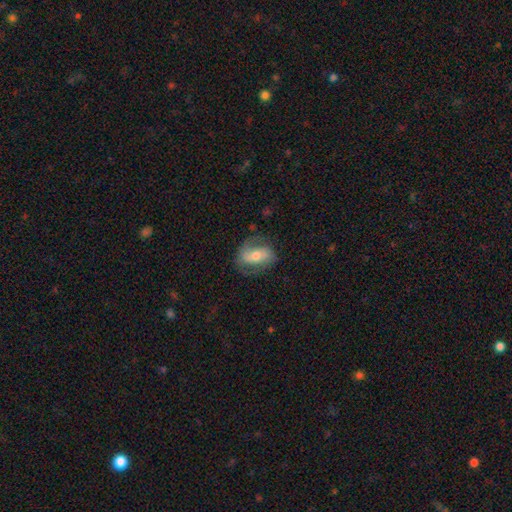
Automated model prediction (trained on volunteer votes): Overall: featured or disk (57%; smooth 36%). Edge-on disk: no (94%). Bar: no (36%; weak 35%). Spiral arms: yes (77%). Bulge size: moderate (66%). Merging: none (68%).